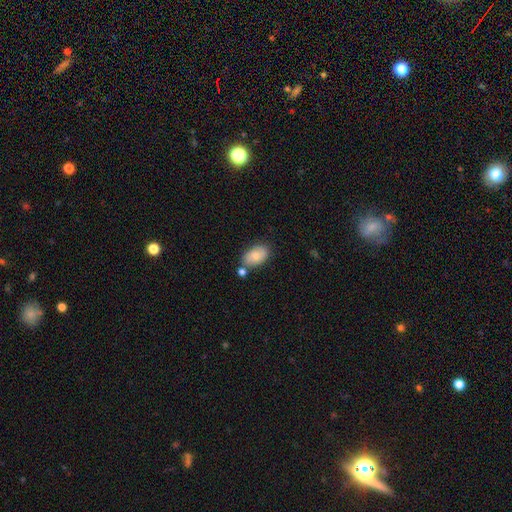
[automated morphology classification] A smooth galaxy with no disk features (80%) that is in between round and cigar-shaped (92%).

Vote fractions:
- Smooth or featured? smooth: 80% / featured or disk: 13% / star or artifact: 7%
- How rounded? in between: 92% / round: 6% / cigar-shaped: 2%
- Merging? none: 70% / minor disturbance: 16% / merger: 11% / major disturbance: 4%